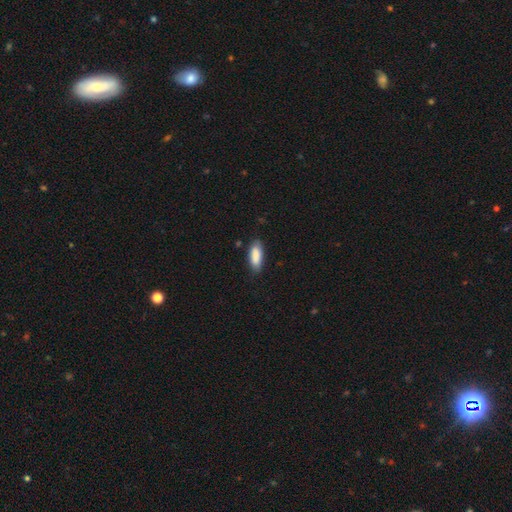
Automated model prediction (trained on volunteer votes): Smooth or featured: smooth — 87% (featured or disk — 7%)
How rounded: in between — 75% (cigar-shaped — 24%)
Merging: none — 79% (minor disturbance — 17%)